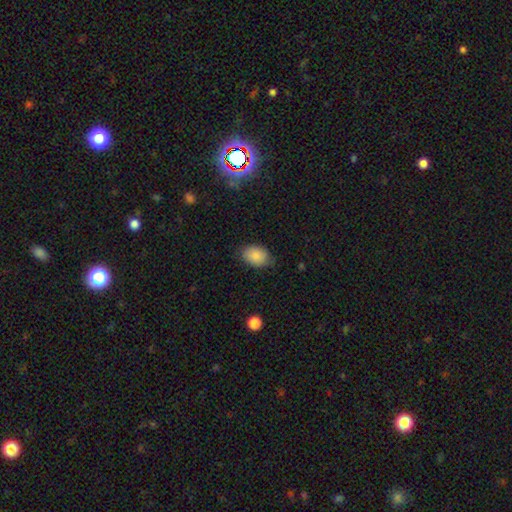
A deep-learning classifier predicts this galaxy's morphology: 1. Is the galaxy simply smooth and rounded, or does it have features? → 87% smooth, 8% star or artifact, 5% featured or disk.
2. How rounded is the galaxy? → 75% in between, 24% round, 1% cigar-shaped.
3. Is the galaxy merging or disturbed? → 76% none, 19% minor disturbance, 4% major disturbance, 1% merger.